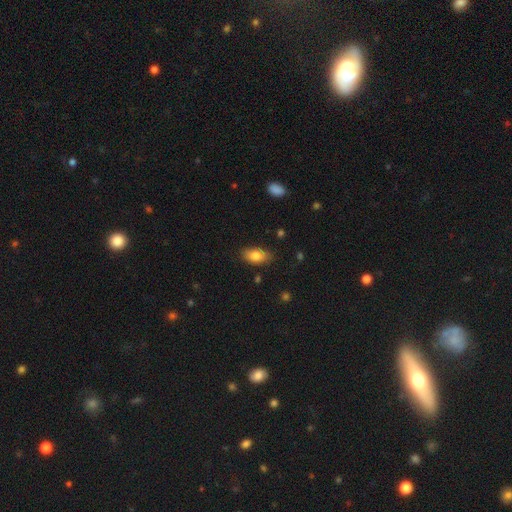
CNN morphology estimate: The model was most divided on "smooth or featured": smooth: 82%, featured or disk: 11%, star or artifact: 7%. More confident: how rounded — in between (91%); merging — none (84%).